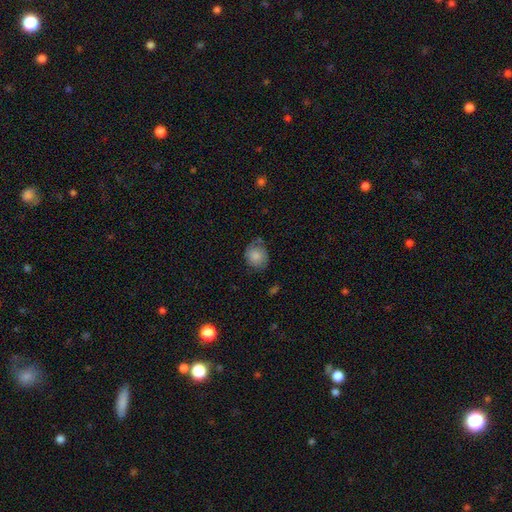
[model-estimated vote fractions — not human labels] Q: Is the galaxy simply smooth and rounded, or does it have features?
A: smooth — 78%.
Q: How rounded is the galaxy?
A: round — 65%.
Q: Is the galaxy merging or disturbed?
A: none — 56%.